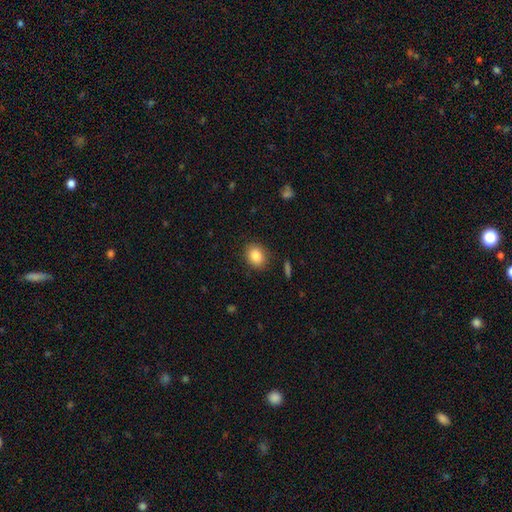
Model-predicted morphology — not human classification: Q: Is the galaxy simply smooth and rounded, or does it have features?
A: smooth — 86%.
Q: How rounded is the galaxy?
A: in between — 52%.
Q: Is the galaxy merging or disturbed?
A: none — 86%.